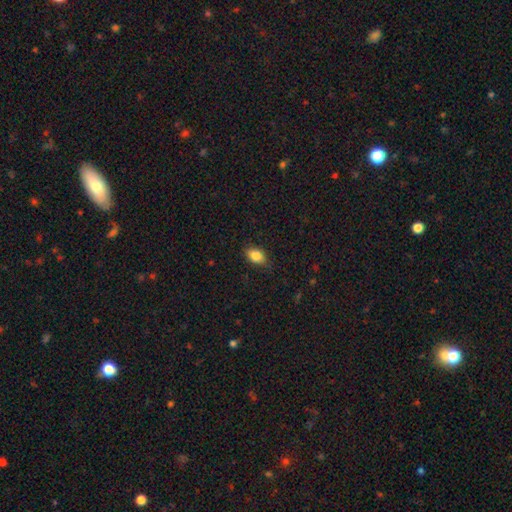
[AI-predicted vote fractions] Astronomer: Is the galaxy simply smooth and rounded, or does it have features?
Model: smooth — 84%.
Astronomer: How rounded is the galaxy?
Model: in between — 82%.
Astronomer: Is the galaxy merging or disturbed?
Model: none — 80%.